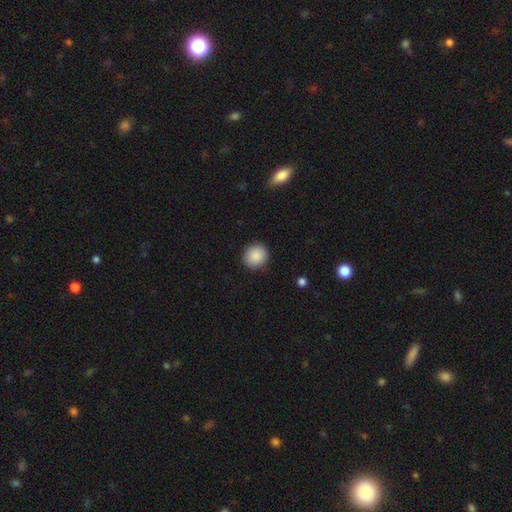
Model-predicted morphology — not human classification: This is clearly a smooth galaxy (89%). How rounded: clearly round (89%). Merging: clearly none (90%).